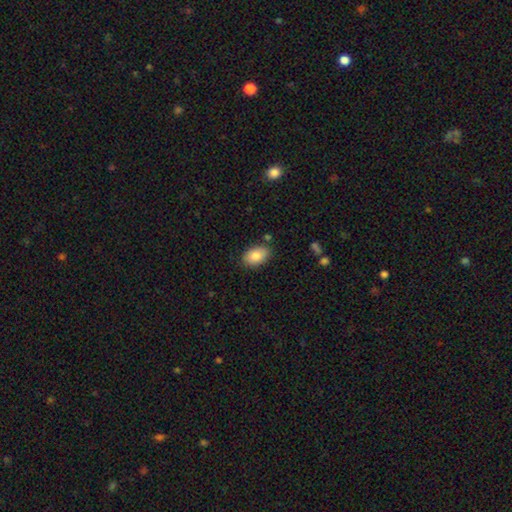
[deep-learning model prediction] Smooth or featured? Predicted: smooth (p=0.85). How rounded? Predicted: in between (p=0.89). Merging? Predicted: none (p=0.83).